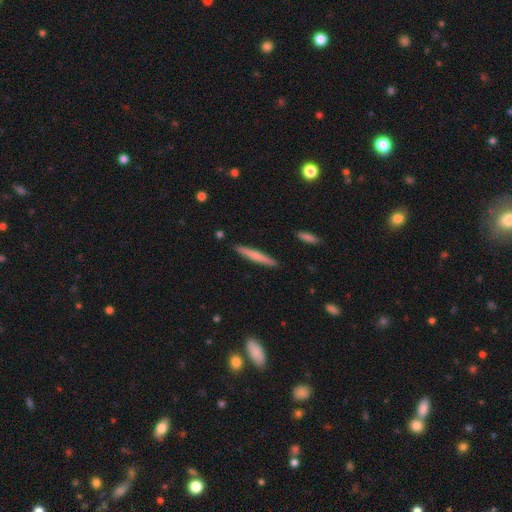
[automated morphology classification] This is likely a smooth galaxy (63%). How rounded: clearly cigar-shaped (95%). Merging: clearly none (91%).